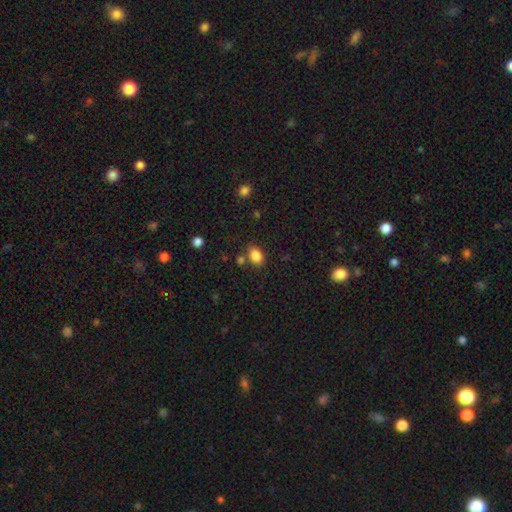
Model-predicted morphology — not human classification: type=smooth (85%); roundness=in between (75%); merging=none (73%).